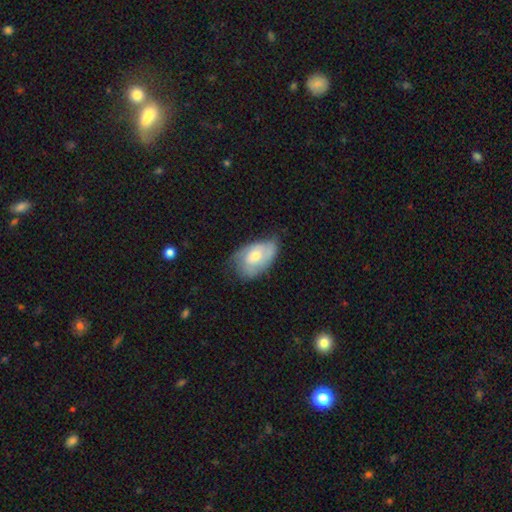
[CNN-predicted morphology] A smooth galaxy with no disk features (49%).

Vote fractions:
- Smooth or featured? smooth: 49% / featured or disk: 45% / star or artifact: 7%
- Merging? none: 47% / minor disturbance: 39% / major disturbance: 12% / merger: 2%